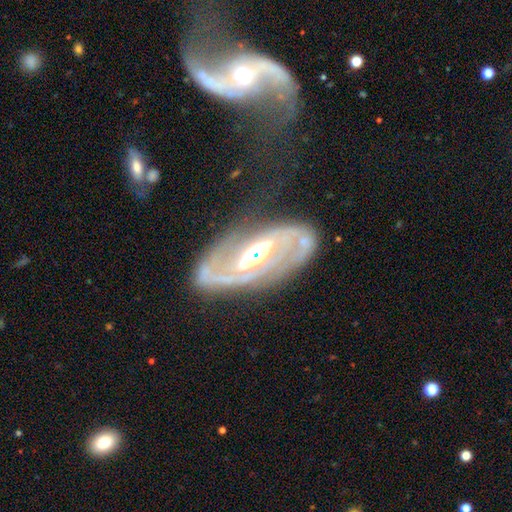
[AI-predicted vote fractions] This is clearly a featured or disk galaxy (88%). It is clearly not viewed edge-on (94%). Bar: marginally weak (42%). Spiral arm pattern: clearly yes (92%). Spiral arm count: likely 2 (72%). Spiral winding: marginally medium (43%). Central bulge: likely moderate (62%). Merging: possibly none (56%).